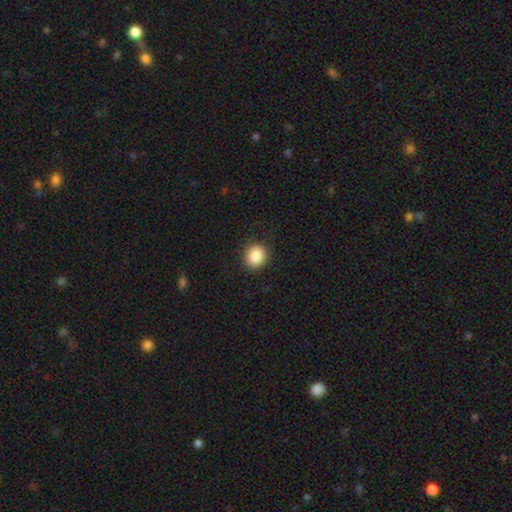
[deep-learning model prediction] Morphology: type=smooth (88%); roundness=round (70%); merging=none (88%).